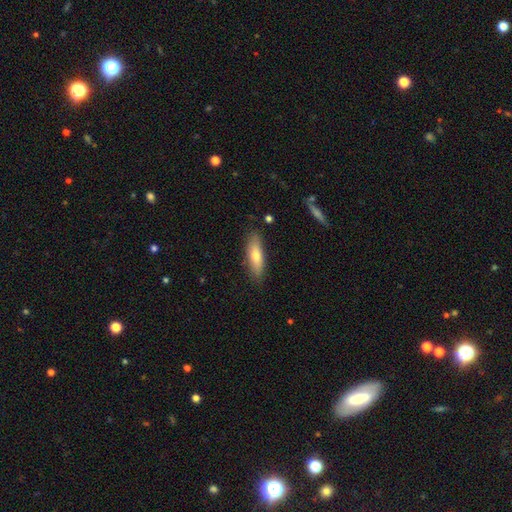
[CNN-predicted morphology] The model was most divided on "how rounded": cigar-shaped: 55%, in between: 43%, round: 2%. More confident: merging — none (85%); smooth or featured — smooth (69%).